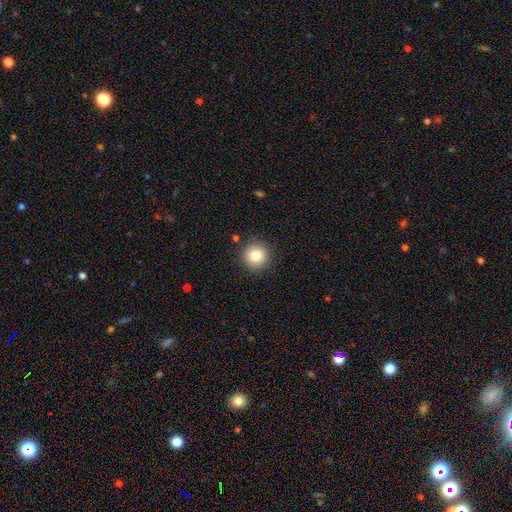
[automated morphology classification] smooth 81%, star or artifact 11%, featured or disk 8%. Down the decision tree: how rounded — round (94%); merging — none (89%).